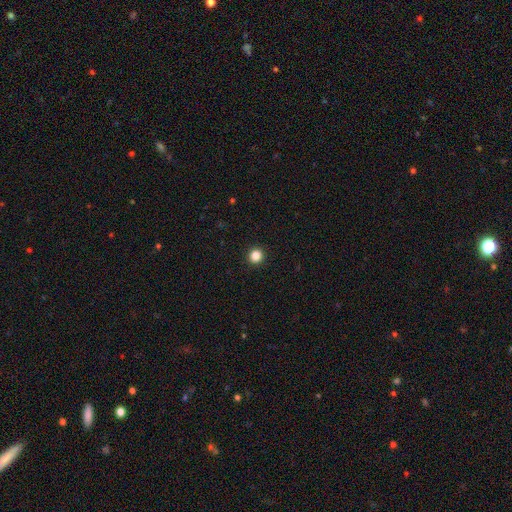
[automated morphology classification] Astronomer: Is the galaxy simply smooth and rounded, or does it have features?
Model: smooth — 85%.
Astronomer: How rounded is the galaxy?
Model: round — 93%.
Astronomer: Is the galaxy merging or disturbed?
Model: none — 94%.